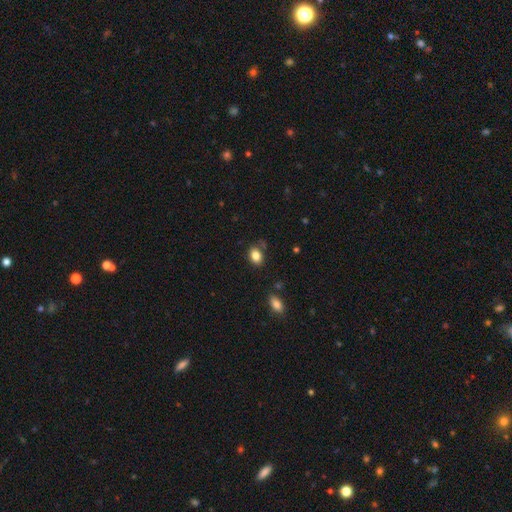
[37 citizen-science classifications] This is clearly a smooth galaxy (81%). How rounded: clearly in between (83%). Merging: likely none (76%).